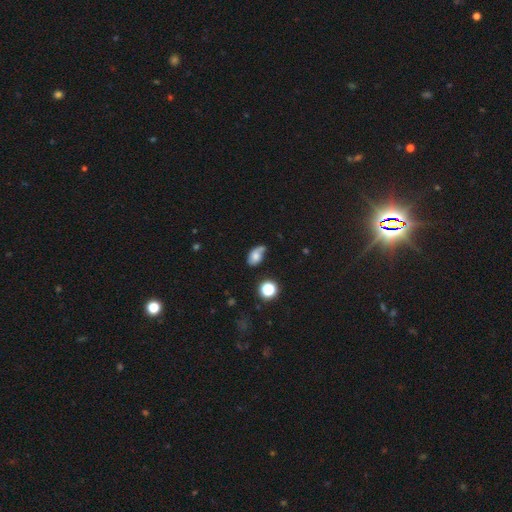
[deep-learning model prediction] A smooth galaxy with no disk features (62%) that is in between round and cigar-shaped (81%).

Vote fractions:
- Smooth or featured? smooth: 62% / featured or disk: 25% / star or artifact: 13%
- How rounded? in between: 81% / round: 17% / cigar-shaped: 2%
- Merging? none: 43% / minor disturbance: 33% / major disturbance: 13% / merger: 11%